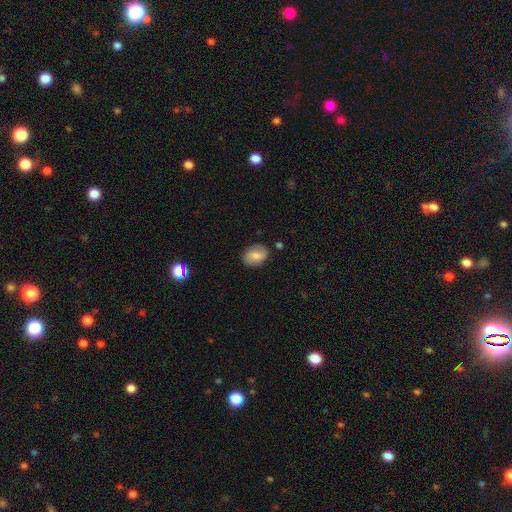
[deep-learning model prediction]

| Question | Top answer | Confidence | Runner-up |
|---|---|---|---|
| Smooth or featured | smooth | 64% | featured or disk (27%) |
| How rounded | in between | 73% | round (26%) |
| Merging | none | 80% | minor disturbance (15%) |